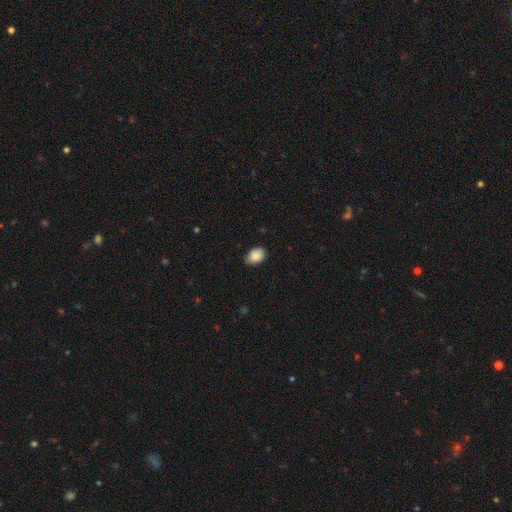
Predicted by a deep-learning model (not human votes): Overall: smooth (88%). How rounded: in between (78%). Merging: none (80%).